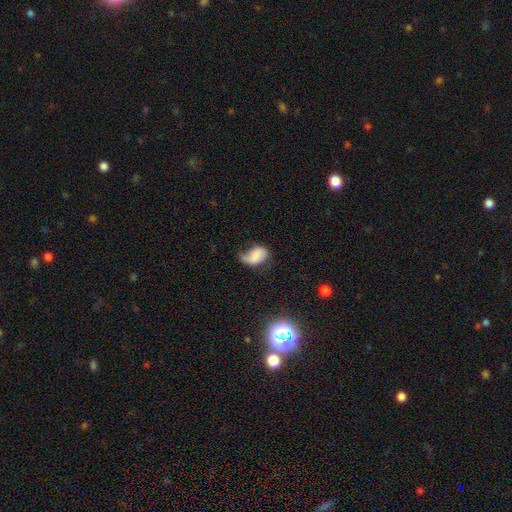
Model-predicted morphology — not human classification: Smooth or featured? Predicted: smooth (p=0.58). How rounded? Predicted: in between (p=0.84). Merging? Predicted: minor disturbance (p=0.37).